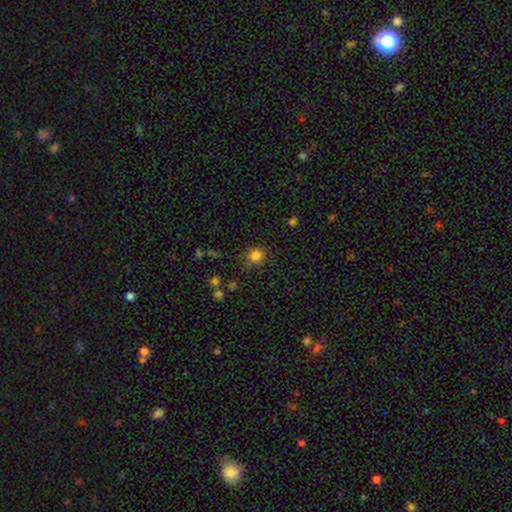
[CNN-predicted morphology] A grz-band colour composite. It shows a smooth galaxy with no disk features (81%) that is round (90%). Merging: none (78%).